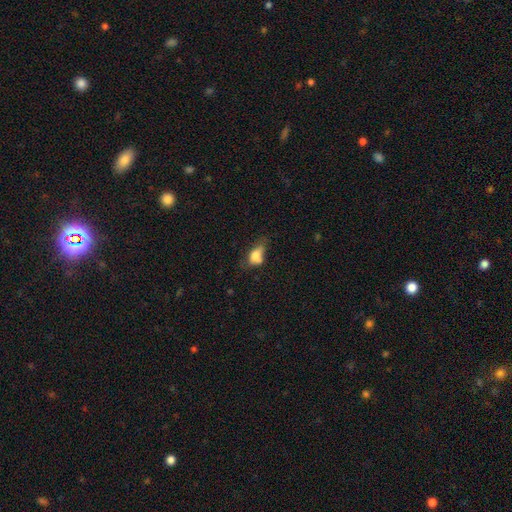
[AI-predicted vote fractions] smooth-or-featured: smooth: 73% | featured or disk: 17% | star or artifact: 10%
  how-rounded: in between: 82% | round: 13% | cigar-shaped: 5%
  merging: minor disturbance: 33% | none: 30% | major disturbance: 26% | merger: 11%